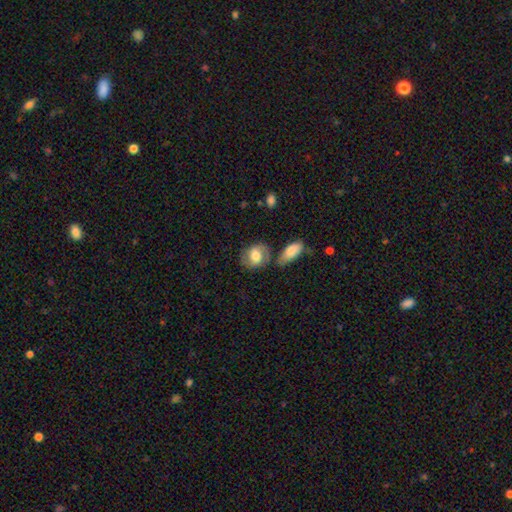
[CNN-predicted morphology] Smooth or featured? smooth (63%)
How rounded? in between (56%)
Merging? none (60%)